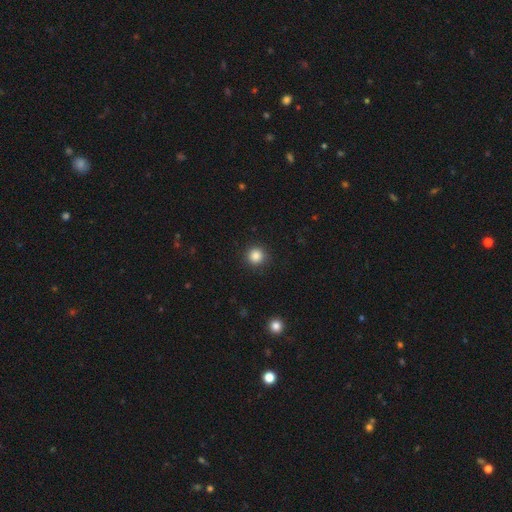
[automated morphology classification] Smooth or featured: smooth — 86% (star or artifact — 11%)
How rounded: round — 94% (in between — 5%)
Merging: none — 91% (minor disturbance — 6%)